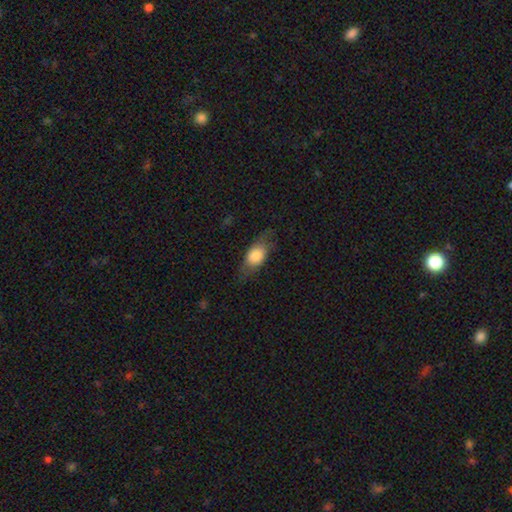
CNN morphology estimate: Smooth or featured?
  - smooth: 70% *
  - featured or disk: 22%
  - star or artifact: 7%
How rounded?
  - in between: 79% *
  - round: 11%
  - cigar-shaped: 10%
Merging?
  - none: 65% *
  - minor disturbance: 23%
  - major disturbance: 11%
  - merger: 1%